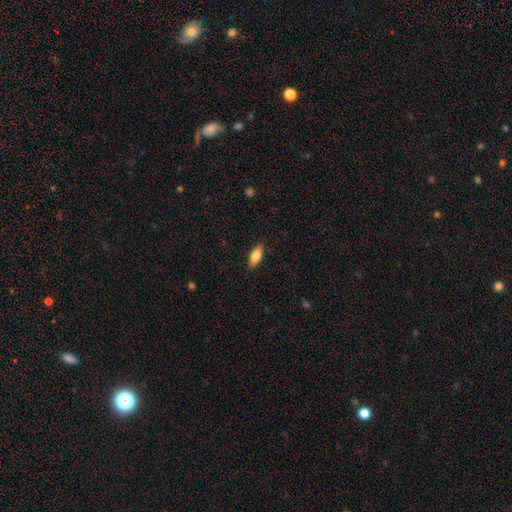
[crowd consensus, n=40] This appears to be a smooth galaxy with no disk features (85%) that is in between round and cigar-shaped (71%). Merging: none (92%).